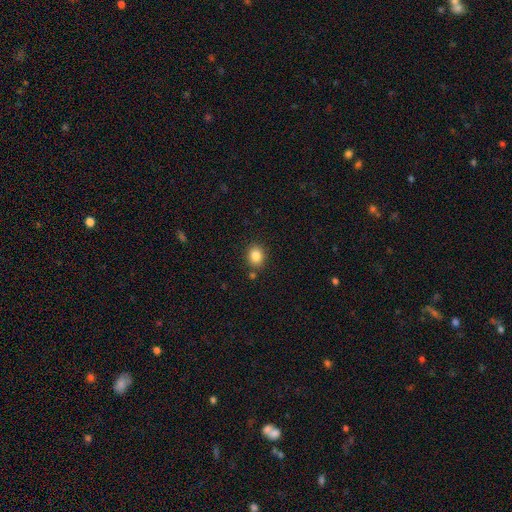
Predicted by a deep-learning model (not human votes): Smooth or featured? Predicted: smooth (p=0.85). How rounded? Predicted: round (p=0.62). Merging? Predicted: none (p=0.83).